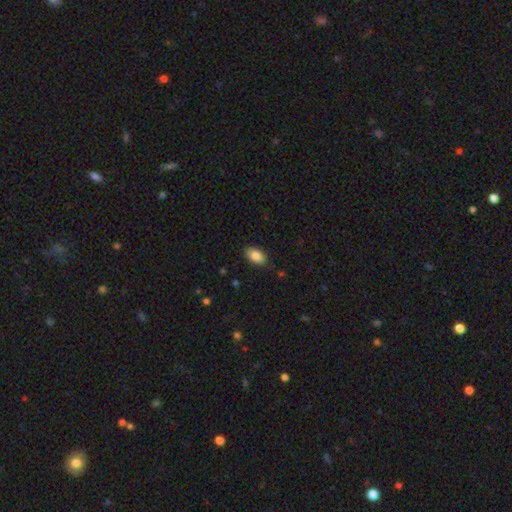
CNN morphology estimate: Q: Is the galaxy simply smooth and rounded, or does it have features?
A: smooth — 86%.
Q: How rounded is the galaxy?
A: in between — 93%.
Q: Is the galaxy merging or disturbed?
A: none — 87%.